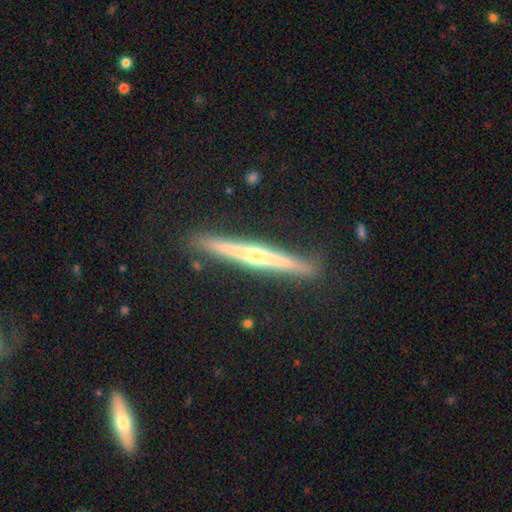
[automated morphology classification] This is likely a featured or disk galaxy (75%). It is clearly viewed edge-on (98%). Edge-on bulge: likely rounded (79%). Merging: clearly none (90%).